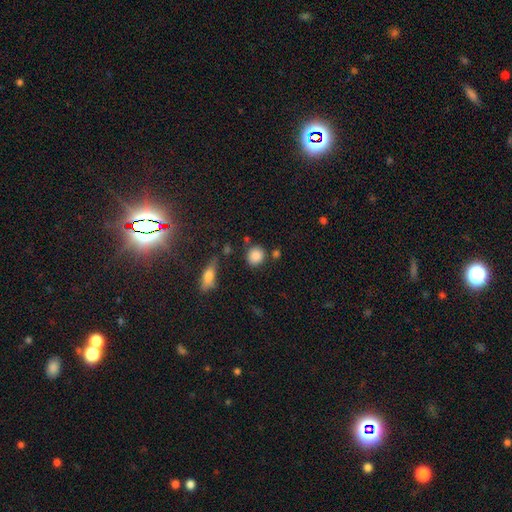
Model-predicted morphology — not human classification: Smooth or featured? smooth (86%)
How rounded? round (80%)
Merging? none (77%)